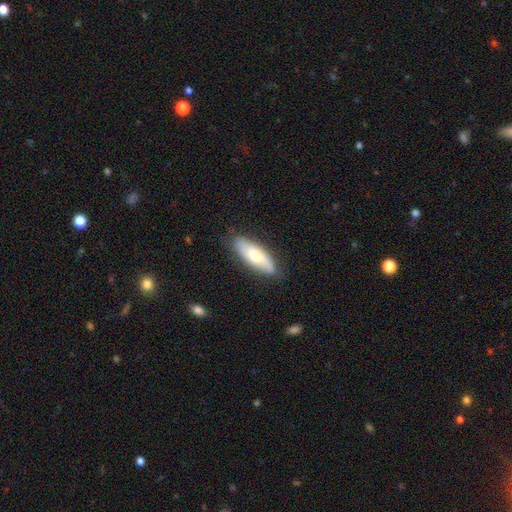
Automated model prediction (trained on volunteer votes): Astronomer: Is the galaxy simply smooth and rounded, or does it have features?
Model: smooth — 62%.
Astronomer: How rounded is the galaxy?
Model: in between — 63%.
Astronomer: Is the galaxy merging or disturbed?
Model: none — 81%.